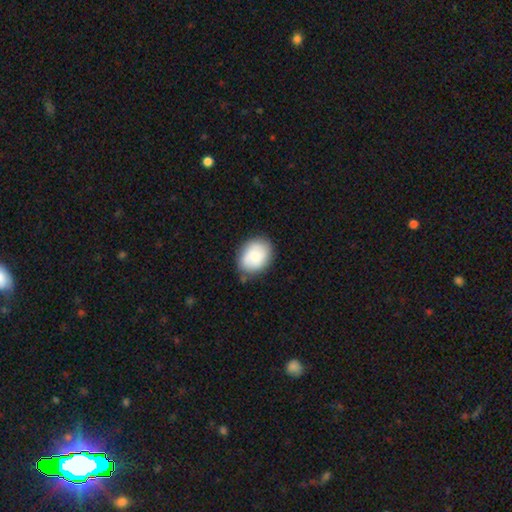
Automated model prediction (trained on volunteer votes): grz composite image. It shows a smooth galaxy with no disk features (80%) that is in between round and cigar-shaped (58%). Merging: none (76%).